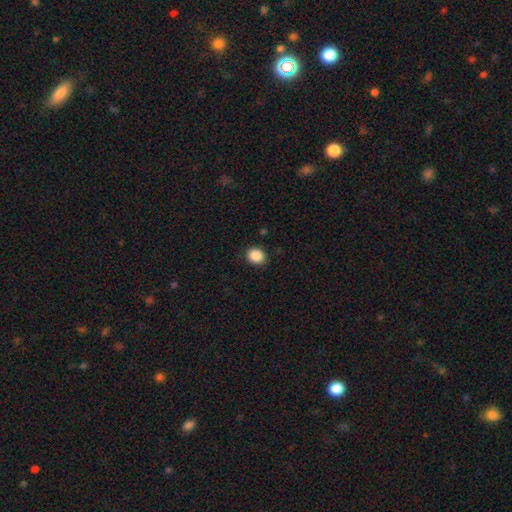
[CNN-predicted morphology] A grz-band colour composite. It shows a smooth galaxy with no disk features (89%) that is round (68%). Merging: none (89%).